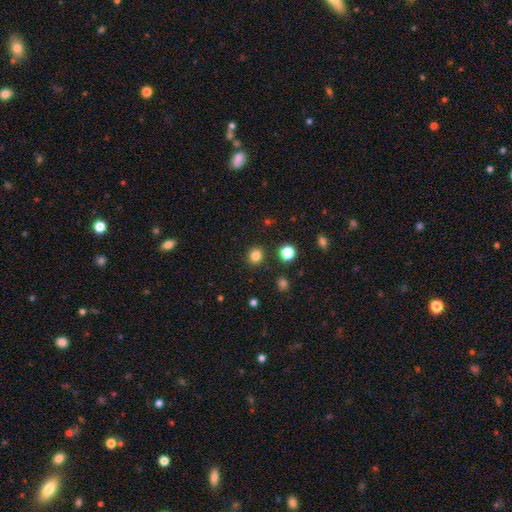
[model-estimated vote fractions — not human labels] Morphology: type=smooth (82%); roundness=round (83%); merging=none (89%).